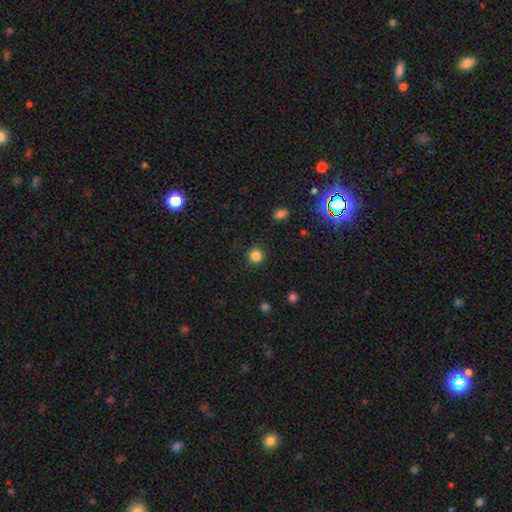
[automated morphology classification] smooth 83%, star or artifact 13%, featured or disk 4%. Down the decision tree: how rounded — round (93%); merging — none (88%).